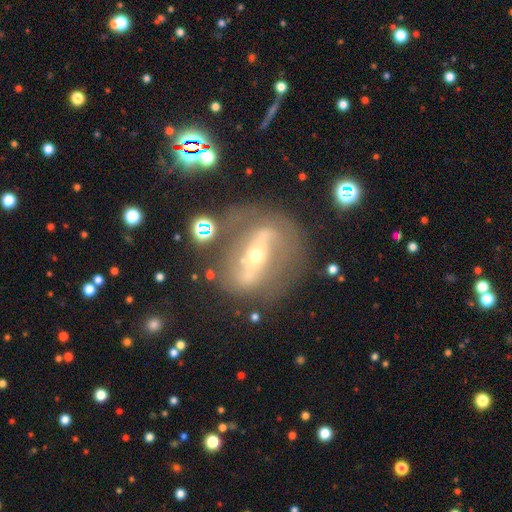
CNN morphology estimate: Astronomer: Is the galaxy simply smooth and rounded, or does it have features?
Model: featured or disk — 77%.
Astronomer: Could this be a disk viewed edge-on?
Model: no — 88%.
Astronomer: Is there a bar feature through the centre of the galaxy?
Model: strong — 64%.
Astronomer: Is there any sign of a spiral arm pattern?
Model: yes — 59% (runner-up: no, 41%).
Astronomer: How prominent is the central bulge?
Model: small — 62%.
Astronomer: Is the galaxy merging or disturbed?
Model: none — 68%.